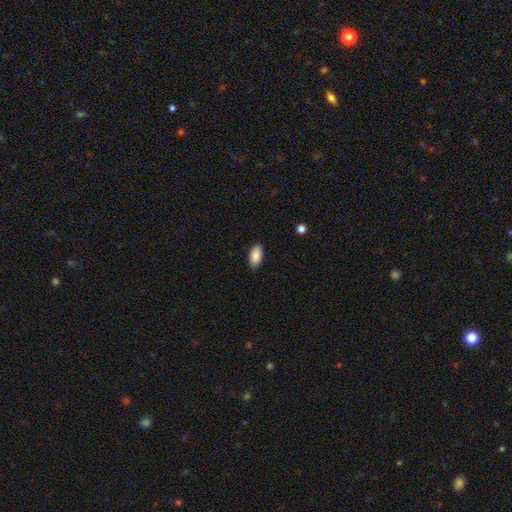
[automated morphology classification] The model was most divided on "merging": none: 88%, minor disturbance: 9%, major disturbance: 2%, merger: 1%. More confident: how rounded — in between (94%); smooth or featured — smooth (88%).